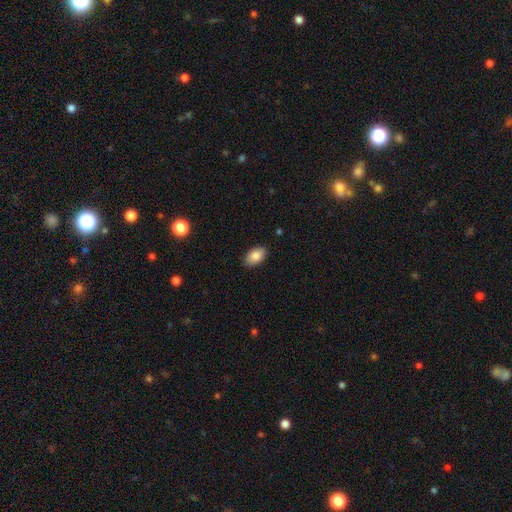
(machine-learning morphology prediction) This appears to be a smooth galaxy with no disk features (85%) that is in between round and cigar-shaped (93%). Merging: none (88%).